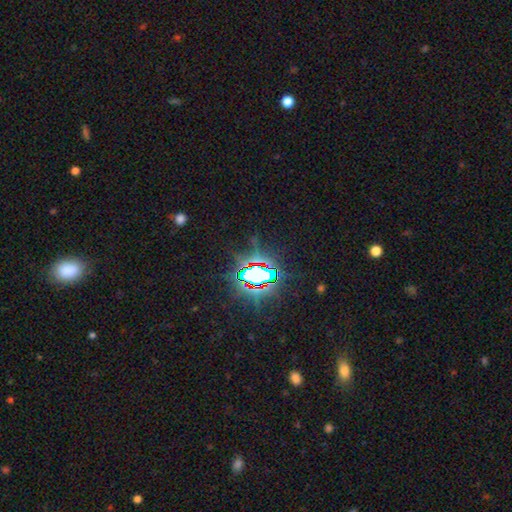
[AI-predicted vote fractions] A star or artifact, not a galaxy (83%).